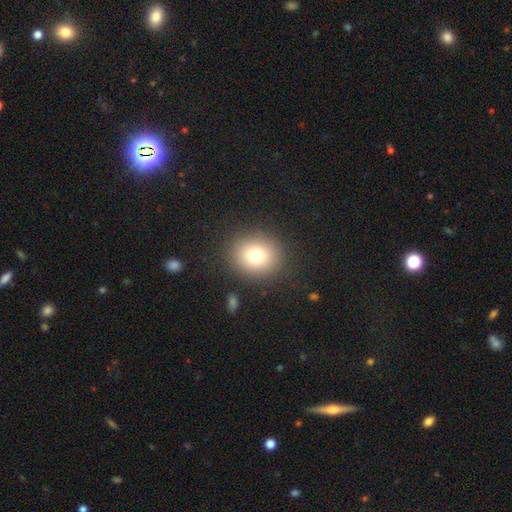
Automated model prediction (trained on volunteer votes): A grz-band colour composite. It shows a smooth galaxy with no disk features (74%) that is round (79%). Merging: none (88%).